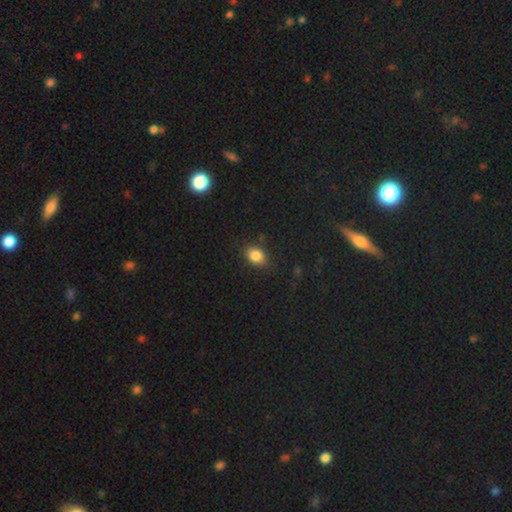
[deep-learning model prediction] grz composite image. It shows a smooth galaxy with no disk features (85%) that is in between round and cigar-shaped (72%). Merging: none (79%).